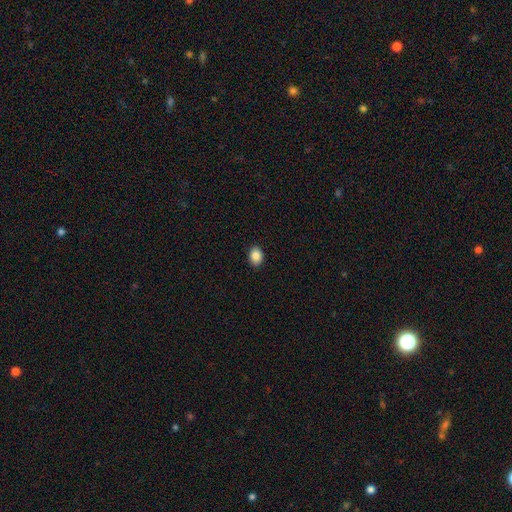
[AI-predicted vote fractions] This appears to be a smooth galaxy with no disk features (86%) that is in between round and cigar-shaped (69%). Merging: none (91%).